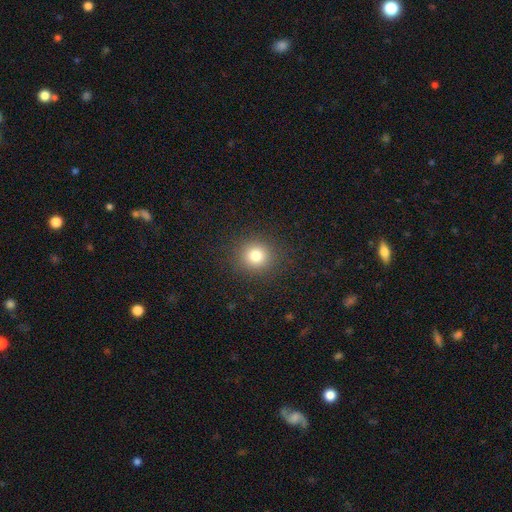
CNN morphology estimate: A smooth galaxy with no disk features (80%) that is round (88%). Merging: none (90%).